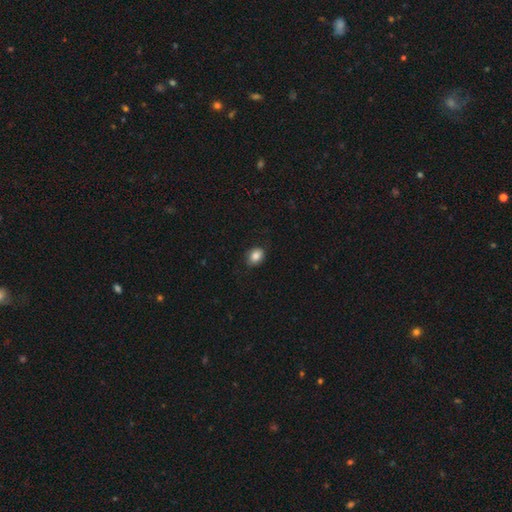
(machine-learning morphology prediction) smooth_or_featured: smooth (p=0.85) [alt: star or artifact p=0.09]
how_rounded: in between (p=0.63) [alt: round p=0.36]
merging: none (p=0.80) [alt: minor disturbance p=0.15]